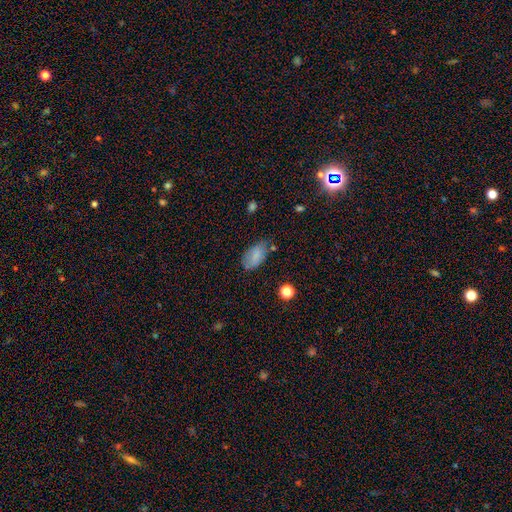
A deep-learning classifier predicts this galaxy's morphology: A smooth galaxy with no disk features (79%) that is in between round and cigar-shaped (93%).

Vote fractions:
- Smooth or featured? smooth: 79% / featured or disk: 12% / star or artifact: 9%
- How rounded? in between: 93% / round: 4% / cigar-shaped: 3%
- Merging? none: 62% / minor disturbance: 27% / major disturbance: 7% / merger: 4%